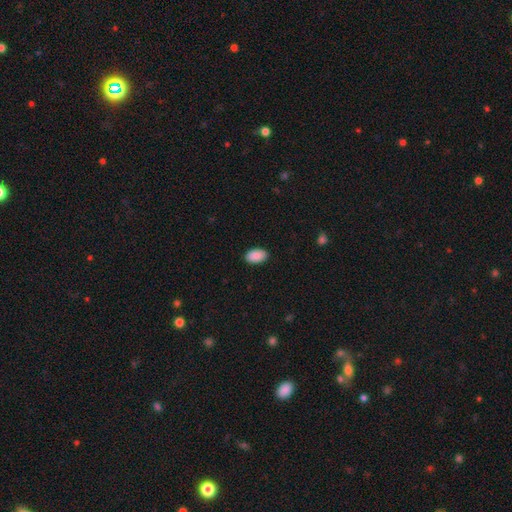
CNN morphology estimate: Smooth or featured?
  - smooth: 90% *
  - star or artifact: 6%
  - featured or disk: 4%
How rounded?
  - in between: 93% *
  - round: 6%
  - cigar-shaped: 1%
Merging?
  - none: 89% *
  - minor disturbance: 8%
  - major disturbance: 2%
  - merger: 1%